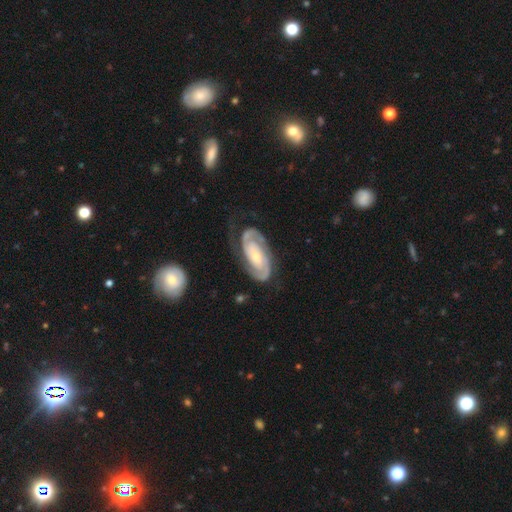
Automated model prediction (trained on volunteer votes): This is clearly a featured or disk galaxy (90%). It is clearly not viewed edge-on (97%). Bar: possibly no (55%). Spiral arm pattern: clearly yes (98%). Spiral arm count: clearly 2 (90%). Spiral winding: possibly tight (59%). Central bulge: possibly small (54%). Merging: likely none (71%).